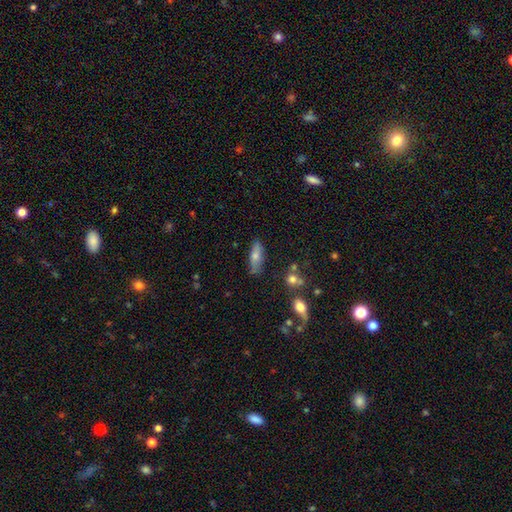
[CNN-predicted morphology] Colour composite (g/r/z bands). It shows a smooth galaxy with no disk features (68%) that is in between round and cigar-shaped (56%). Merging: none (77%).